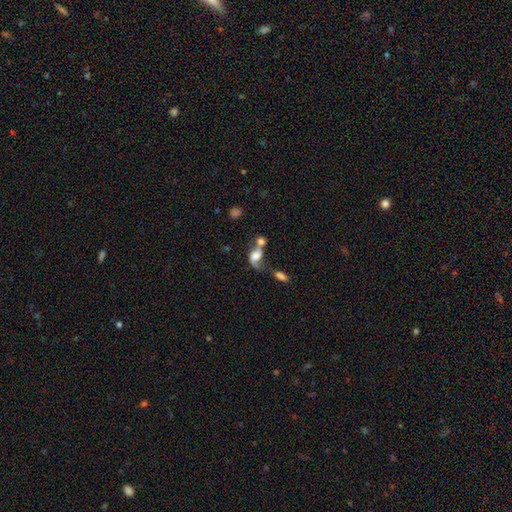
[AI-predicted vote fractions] This is possibly a smooth galaxy (55%). How rounded: likely in between (71%). Merging: possibly merger (52%).